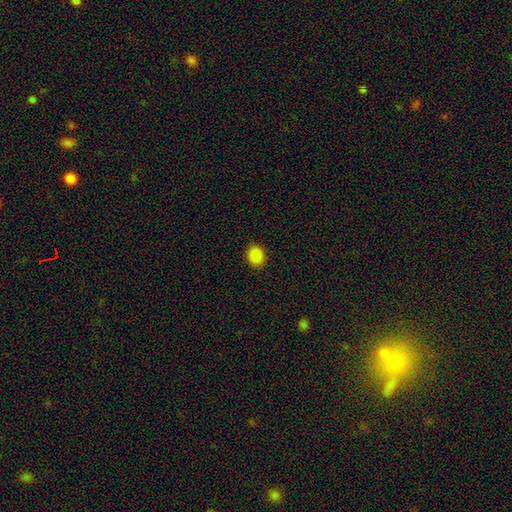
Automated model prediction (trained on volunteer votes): Q: Smooth or featured?
A: smooth (87%); runner-up: star or artifact (10%)
Q: How rounded?
A: round (69%); runner-up: in between (30%)
Q: Merging?
A: none (91%); runner-up: minor disturbance (6%)